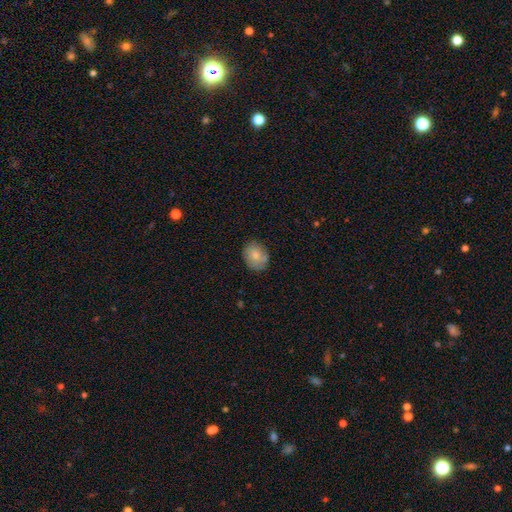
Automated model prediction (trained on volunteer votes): A smooth galaxy with no disk features (79%) that is in between round and cigar-shaped (59%). Merging: none (77%).